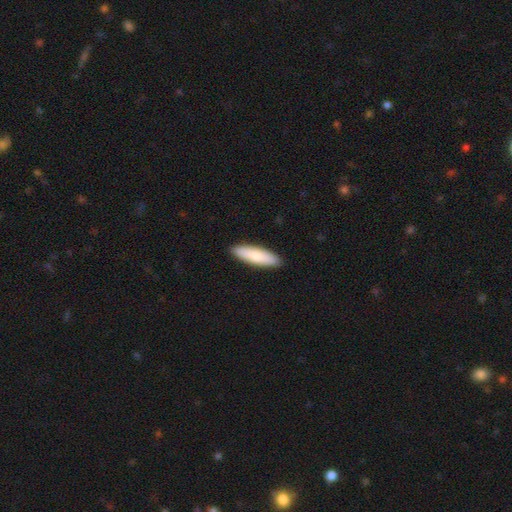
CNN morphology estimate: A smooth galaxy with no disk features (82%) that is cigar-shaped (62%). Merging: none (91%).